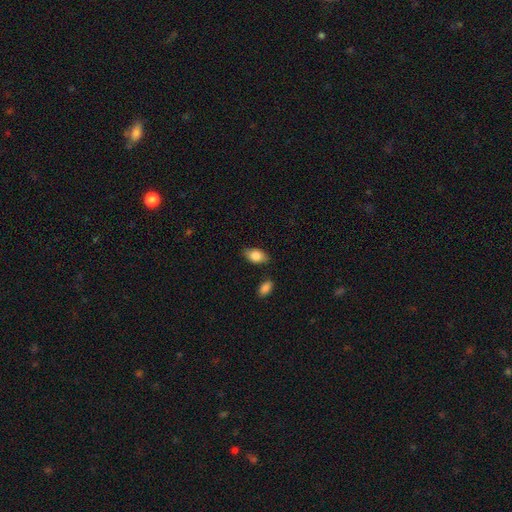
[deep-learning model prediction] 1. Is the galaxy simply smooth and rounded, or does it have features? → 83% smooth, 11% featured or disk, 7% star or artifact.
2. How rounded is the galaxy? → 91% in between, 6% round, 3% cigar-shaped.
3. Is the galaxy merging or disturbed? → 82% none, 12% minor disturbance, 3% merger, 3% major disturbance.